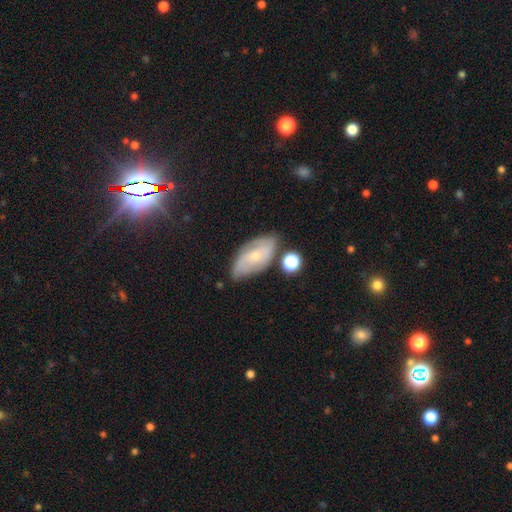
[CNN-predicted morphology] smooth_or_featured: featured or disk (p=0.62) [alt: smooth p=0.29]
disk_edge_on: no (p=0.92) [alt: yes p=0.08]
bar: no (p=0.70) [alt: weak p=0.25]
has_spiral_arms: yes (p=0.82) [alt: no p=0.18]
bulge_size: small (p=0.73) [alt: moderate p=0.23]
merging: none (p=0.64) [alt: minor disturbance p=0.25]